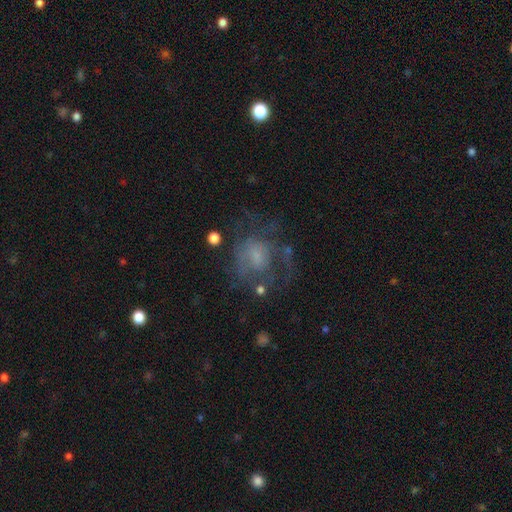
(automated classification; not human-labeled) Smooth or featured? featured or disk (54%)
Edge-on disk? no (97%)
Bar? no (73%)
Spiral arms? yes (50%, tied with no)
Bulge size? small (40%)
Merging? none (44%)